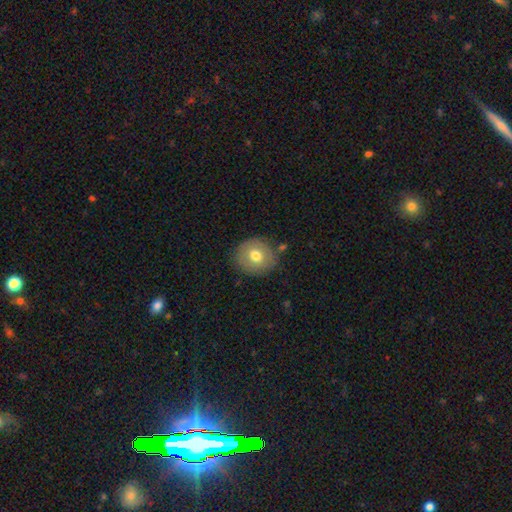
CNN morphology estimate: This is likely a smooth galaxy (70%). How rounded: clearly round (85%). Merging: clearly none (82%).